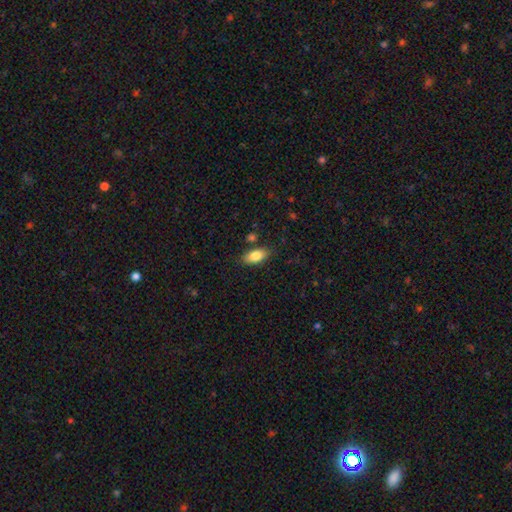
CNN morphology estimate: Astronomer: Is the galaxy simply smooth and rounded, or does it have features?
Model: smooth — 84%.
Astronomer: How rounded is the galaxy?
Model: in between — 91%.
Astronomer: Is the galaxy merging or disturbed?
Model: none — 81%.